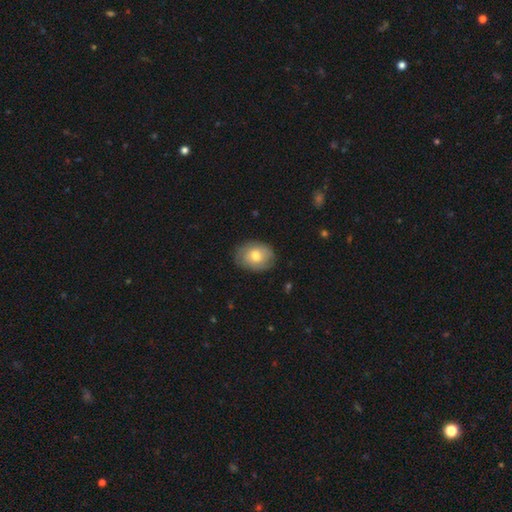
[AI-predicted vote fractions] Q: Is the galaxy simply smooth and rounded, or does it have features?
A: smooth — 68%.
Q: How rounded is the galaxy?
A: in between — 64%.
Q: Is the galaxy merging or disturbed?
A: none — 81%.